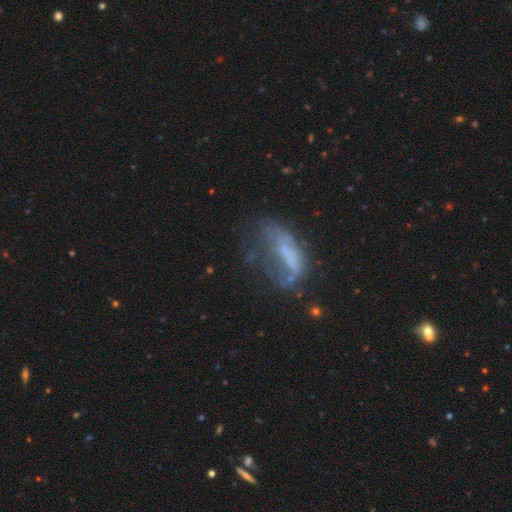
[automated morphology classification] This is marginally a featured or disk galaxy (44%). Merging: marginally major disturbance (36%).